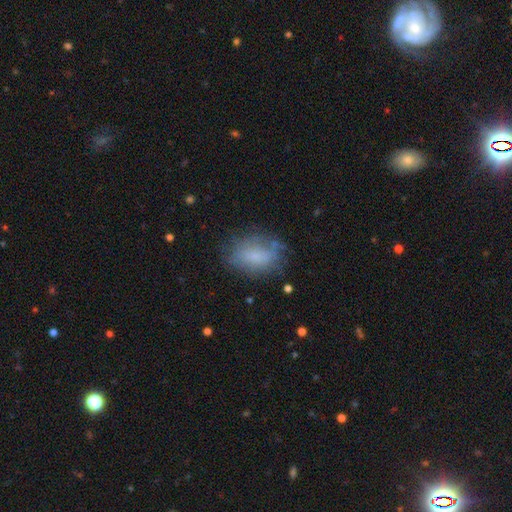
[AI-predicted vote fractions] smooth_or_featured: smooth (p=0.69) [alt: featured or disk p=0.21]
how_rounded: in between (p=0.84) [alt: round p=0.13]
merging: none (p=0.66) [alt: minor disturbance p=0.23]